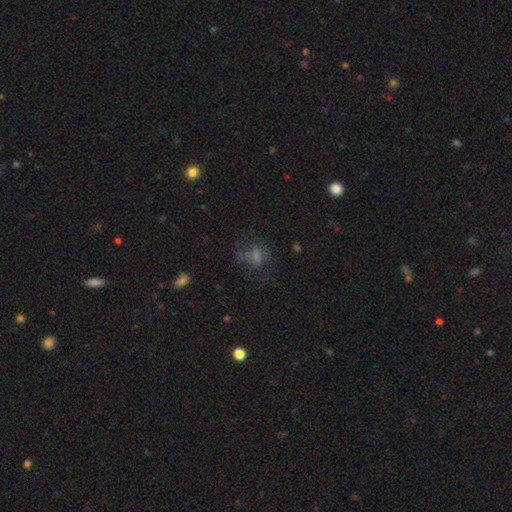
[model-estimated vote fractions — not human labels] A smooth galaxy with no disk features (41%).

Vote fractions:
- Smooth or featured? smooth: 41% / star or artifact: 32% / featured or disk: 27%
- Merging? none: 55% / major disturbance: 21% / minor disturbance: 20% / merger: 4%